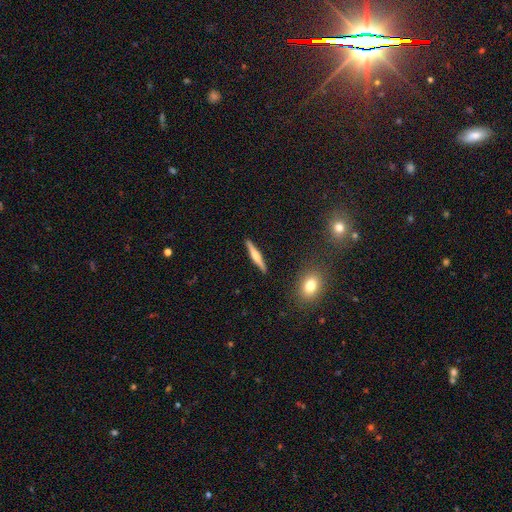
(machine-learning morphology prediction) Smooth or featured? featured or disk (55%)
Edge-on disk? yes (97%)
Edge-on bulge? rounded (74%)
Merging? none (91%)